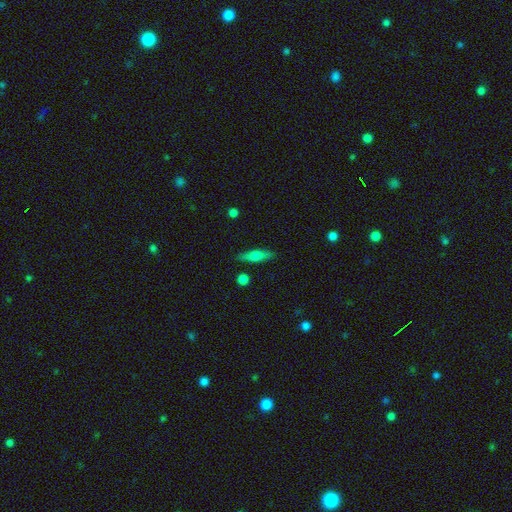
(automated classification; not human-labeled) Q: Smooth or featured?
A: smooth (59%); runner-up: featured or disk (33%)
Q: How rounded?
A: cigar-shaped (64%); runner-up: in between (33%)
Q: Merging?
A: none (85%); runner-up: minor disturbance (10%)